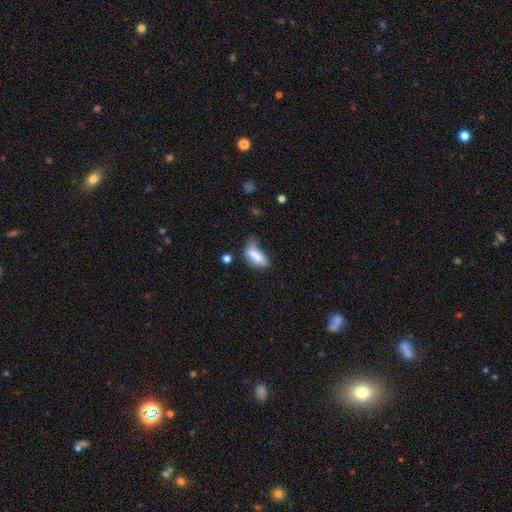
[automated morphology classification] Smooth or featured? Predicted: smooth (p=0.78). How rounded? Predicted: in between (p=0.75). Merging? Predicted: minor disturbance (p=0.37).